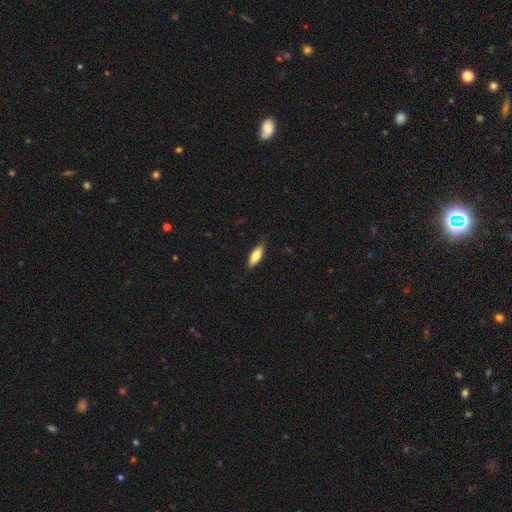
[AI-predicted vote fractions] This appears to be a smooth galaxy with no disk features (82%) that is in between round and cigar-shaped (69%). Merging: none (86%).